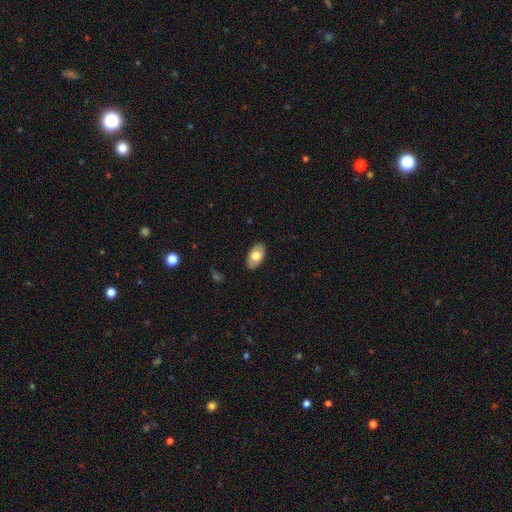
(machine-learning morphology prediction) smooth-or-featured: smooth: 66% | featured or disk: 28% | star or artifact: 6%
  how-rounded: in between: 94% | round: 5% | cigar-shaped: 1%
  merging: none: 86% | minor disturbance: 10% | major disturbance: 2% | merger: 1%